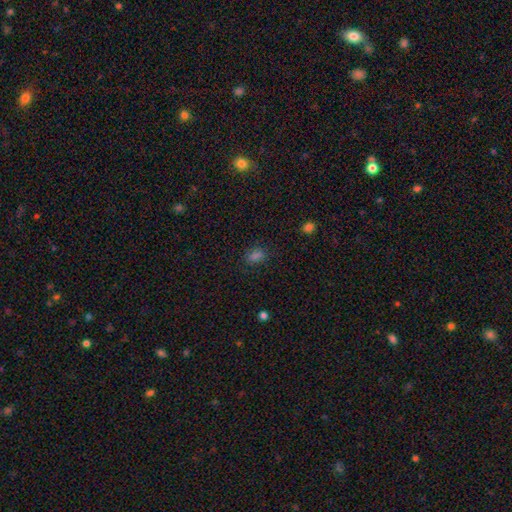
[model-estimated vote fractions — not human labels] The model was most divided on "smooth or featured": smooth: 72%, star or artifact: 23%, featured or disk: 5%. More confident: merging — none (81%); how rounded — in between (74%).